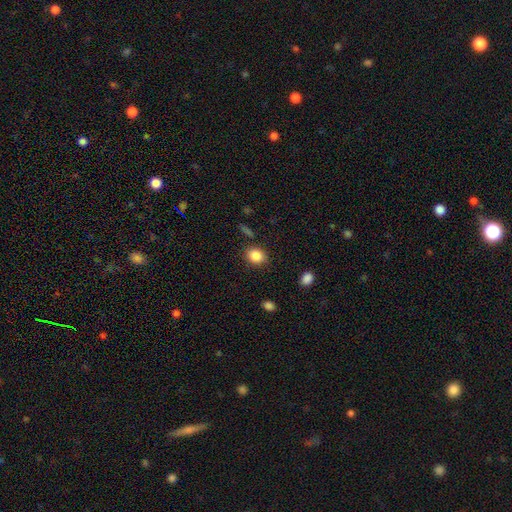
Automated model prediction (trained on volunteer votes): smooth_or_featured: smooth (p=0.86) [alt: star or artifact p=0.09]
how_rounded: round (p=0.59) [alt: in between p=0.40]
merging: none (p=0.84) [alt: minor disturbance p=0.10]